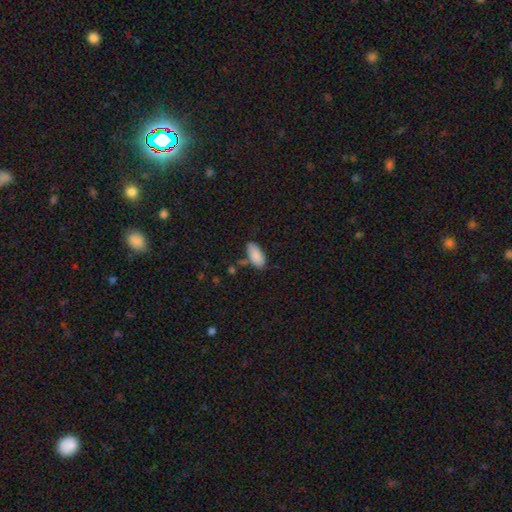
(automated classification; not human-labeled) Smooth or featured?
  - smooth: 88% *
  - star or artifact: 7%
  - featured or disk: 5%
How rounded?
  - in between: 89% *
  - cigar-shaped: 10%
  - round: 2%
Merging?
  - none: 71% *
  - minor disturbance: 18%
  - merger: 7%
  - major disturbance: 4%